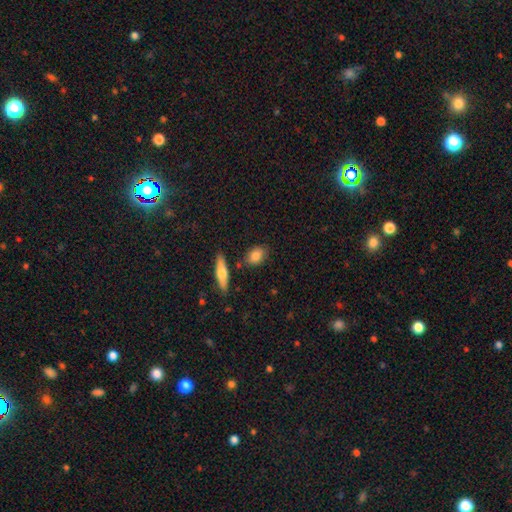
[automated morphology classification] This is clearly a smooth galaxy (82%). How rounded: likely in between (71%). Merging: likely none (79%).